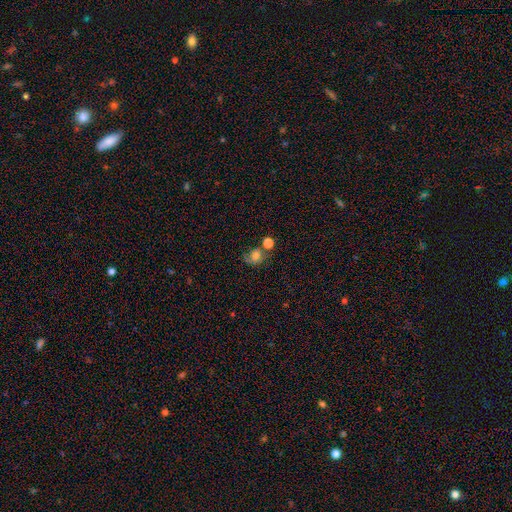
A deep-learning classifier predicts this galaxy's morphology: Smooth or featured? Predicted: smooth (p=0.65). How rounded? Predicted: round (p=0.64). Merging? Predicted: none (p=0.45).